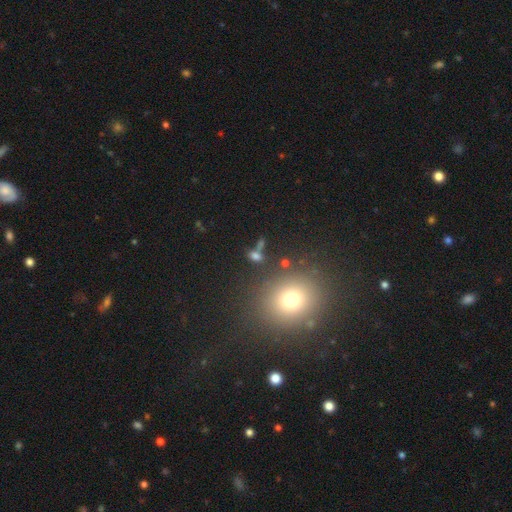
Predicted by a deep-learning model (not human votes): A smooth galaxy with no disk features (66%) that is in between round and cigar-shaped (60%). Merging: none (61%).